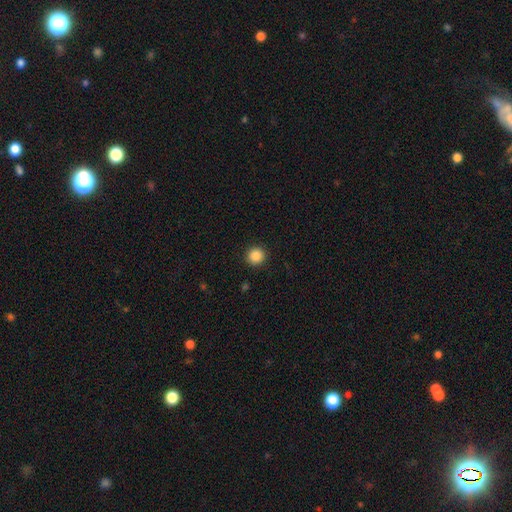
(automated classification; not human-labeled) A smooth galaxy with no disk features (87%) that is round (94%). Merging: none (93%).